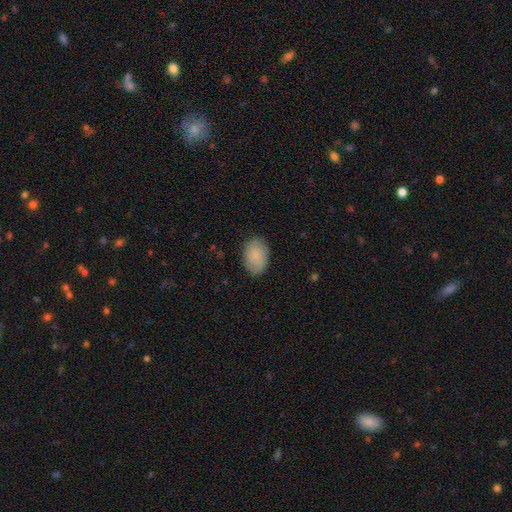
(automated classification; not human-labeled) smooth_or_featured: smooth (p=0.85) [alt: featured or disk p=0.08]
how_rounded: in between (p=0.89) [alt: round p=0.10]
merging: none (p=0.85) [alt: minor disturbance p=0.12]